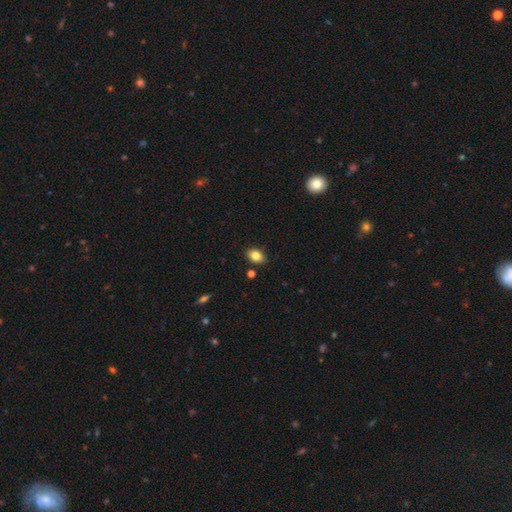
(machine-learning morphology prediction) A smooth galaxy with no disk features (84%) that is in between round and cigar-shaped (81%). Merging: none (85%).